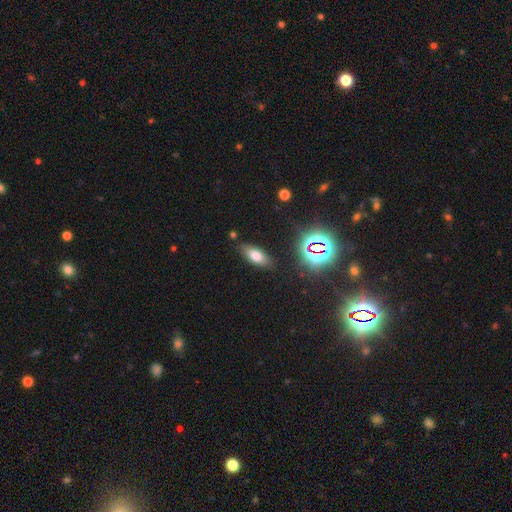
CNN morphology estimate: This appears to be a smooth galaxy with no disk features (71%) that is in between round and cigar-shaped (81%). Merging: none (83%).